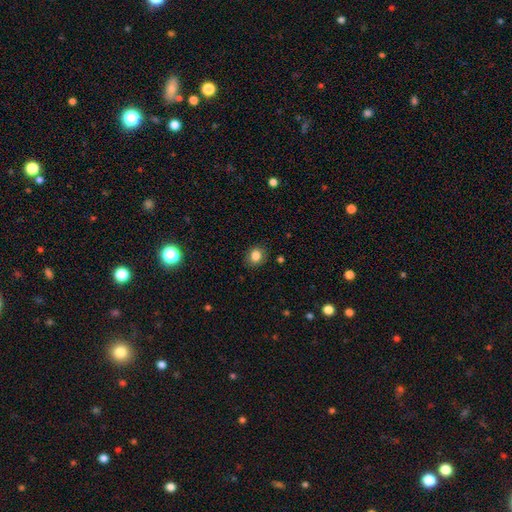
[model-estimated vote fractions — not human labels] Smooth or featured? smooth (83%)
How rounded? round (65%)
Merging? none (86%)